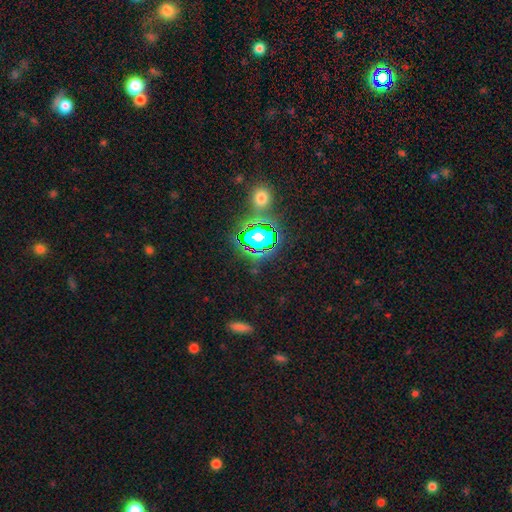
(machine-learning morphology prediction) star or artifact 79%, smooth 14%, featured or disk 7%.